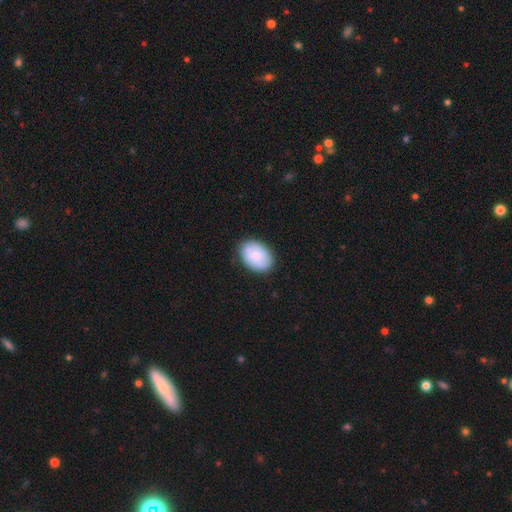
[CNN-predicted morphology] A smooth galaxy with no disk features (77%) that is in between round and cigar-shaped (80%).

Vote fractions:
- Smooth or featured? smooth: 77% / featured or disk: 17% / star or artifact: 6%
- How rounded? in between: 80% / round: 19% / cigar-shaped: 1%
- Merging? none: 81% / minor disturbance: 14% / major disturbance: 3% / merger: 2%